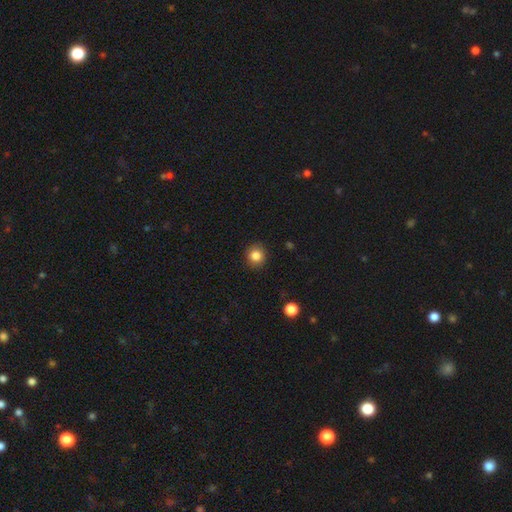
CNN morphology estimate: A smooth galaxy with no disk features (85%) that is round (88%). Merging: none (88%).